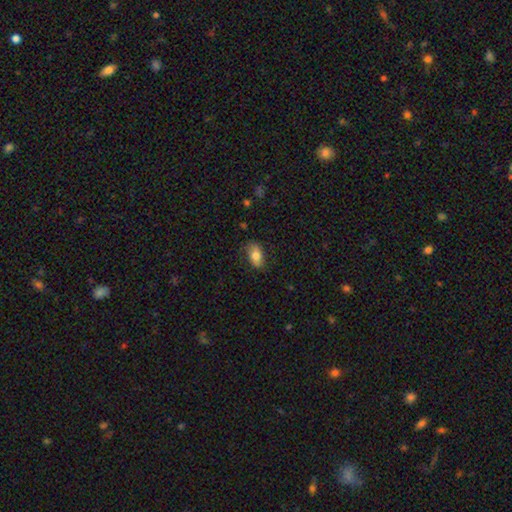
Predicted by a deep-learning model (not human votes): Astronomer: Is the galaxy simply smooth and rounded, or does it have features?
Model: smooth — 75%.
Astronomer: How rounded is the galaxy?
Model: in between — 90%.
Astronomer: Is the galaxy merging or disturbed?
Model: none — 75%.